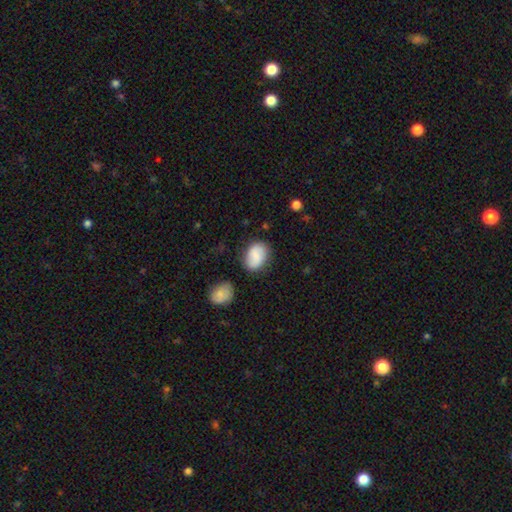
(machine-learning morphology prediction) Smooth or featured? smooth (78%)
How rounded? in between (77%)
Merging? none (74%)